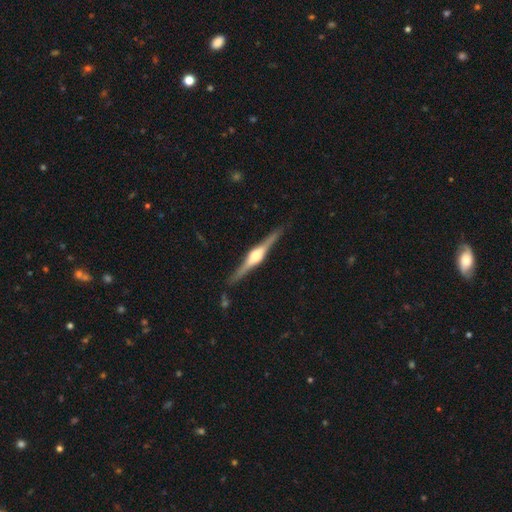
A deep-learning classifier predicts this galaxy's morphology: featured or disk 85%, smooth 10%, star or artifact 5%. Down the decision tree: edge-on disk — yes (98%); edge-on bulge — rounded (87%); merging — none (90%).